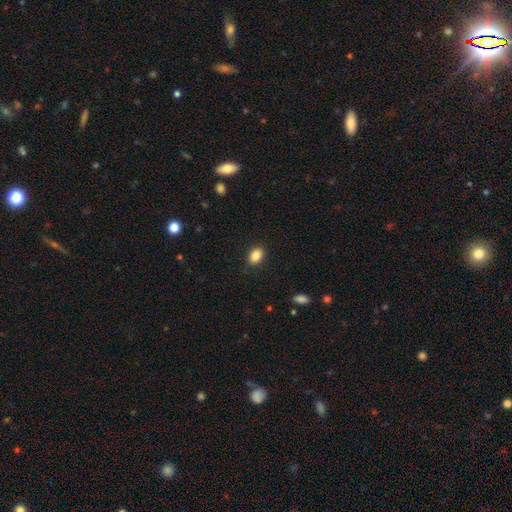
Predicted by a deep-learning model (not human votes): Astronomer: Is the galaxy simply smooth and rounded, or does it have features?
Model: smooth — 87%.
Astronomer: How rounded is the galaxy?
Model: in between — 85%.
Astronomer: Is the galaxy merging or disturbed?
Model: none — 88%.